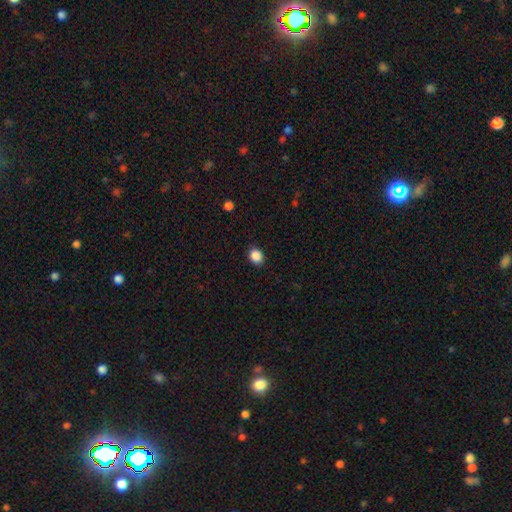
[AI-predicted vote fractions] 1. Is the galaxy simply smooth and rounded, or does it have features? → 88% smooth, 9% star or artifact, 3% featured or disk.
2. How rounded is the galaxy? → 55% round, 44% in between, 1% cigar-shaped.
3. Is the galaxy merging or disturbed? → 89% none, 8% minor disturbance, 2% major disturbance, 1% merger.